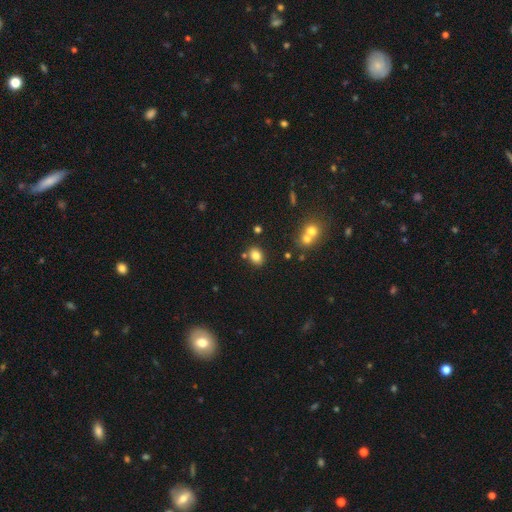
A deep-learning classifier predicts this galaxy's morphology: A smooth galaxy with no disk features (81%) that is in between round and cigar-shaped (72%).

Vote fractions:
- Smooth or featured? smooth: 81% / star or artifact: 11% / featured or disk: 8%
- How rounded? in between: 72% / round: 27% / cigar-shaped: 1%
- Merging? none: 77% / minor disturbance: 11% / merger: 9% / major disturbance: 3%